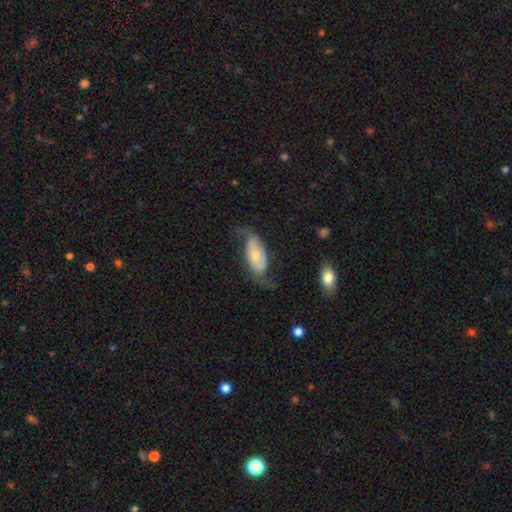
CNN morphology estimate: smooth_or_featured: featured or disk (p=0.57) [alt: smooth p=0.37]
disk_edge_on: no (p=0.87) [alt: yes p=0.13]
bar: no (p=0.69) [alt: weak p=0.21]
has_spiral_arms: yes (p=0.73) [alt: no p=0.27]
bulge_size: moderate (p=0.53) [alt: small p=0.38]
merging: none (p=0.49) [alt: minor disturbance p=0.25]